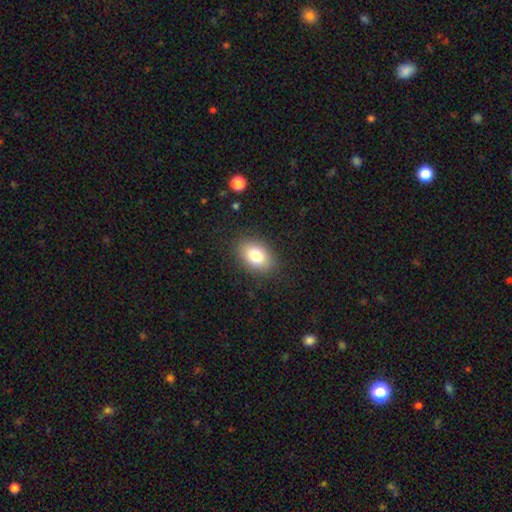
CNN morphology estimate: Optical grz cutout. It shows a smooth galaxy with no disk features (80%) that is in between round and cigar-shaped (81%). Merging: none (86%).